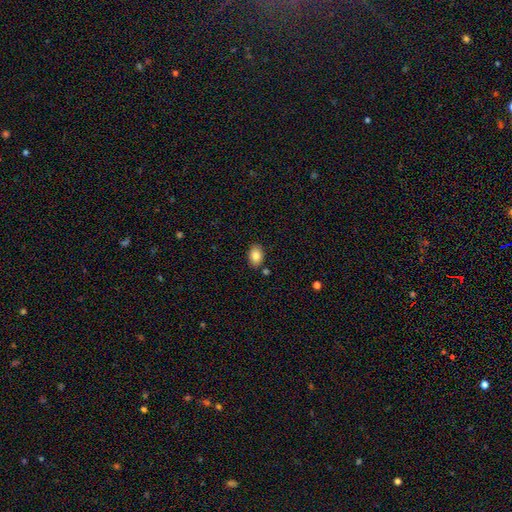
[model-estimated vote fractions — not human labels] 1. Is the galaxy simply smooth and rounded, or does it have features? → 84% smooth, 9% featured or disk, 8% star or artifact.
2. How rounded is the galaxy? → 85% in between, 14% round, 1% cigar-shaped.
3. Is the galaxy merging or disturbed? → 84% none, 10% minor disturbance, 4% merger, 2% major disturbance.